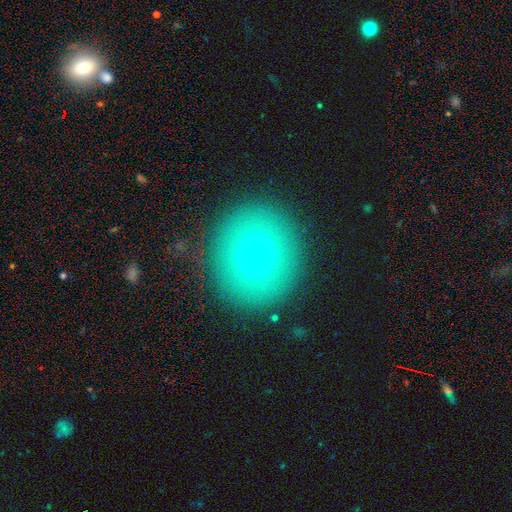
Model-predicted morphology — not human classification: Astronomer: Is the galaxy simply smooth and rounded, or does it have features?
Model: smooth — 70%.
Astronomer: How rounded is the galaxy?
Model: round — 86%.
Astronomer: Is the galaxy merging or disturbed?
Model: none — 88%.